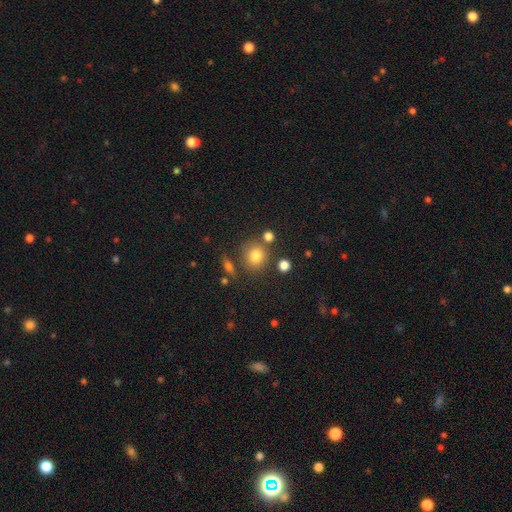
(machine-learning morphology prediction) type=smooth (80%); roundness=round (82%); merging=none (74%).